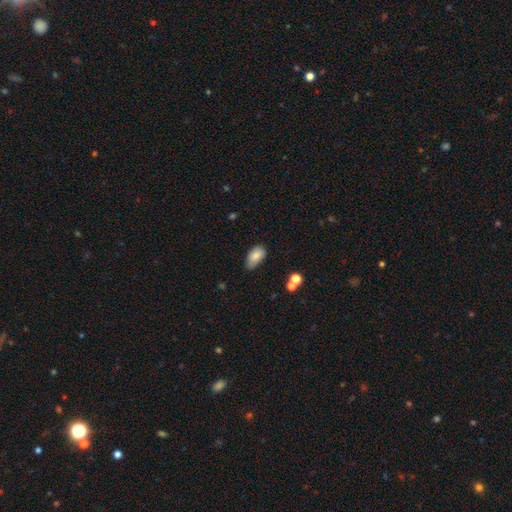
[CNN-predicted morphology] type=smooth (82%); roundness=in between (93%); merging=none (60%).